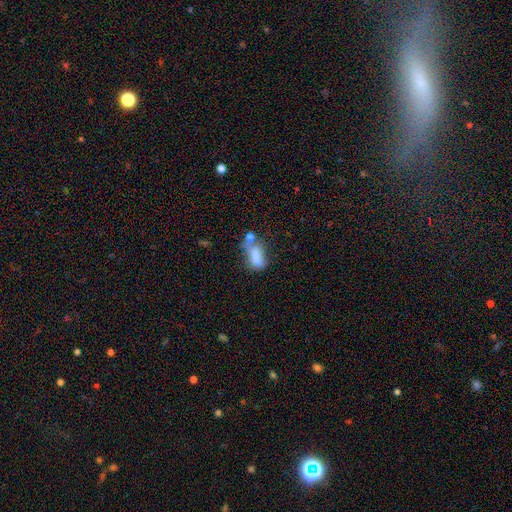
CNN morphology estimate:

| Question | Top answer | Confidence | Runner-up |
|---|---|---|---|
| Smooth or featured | smooth | 72% | featured or disk (18%) |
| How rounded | in between | 82% | cigar-shaped (11%) |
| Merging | merger | 30% | none (27%) |